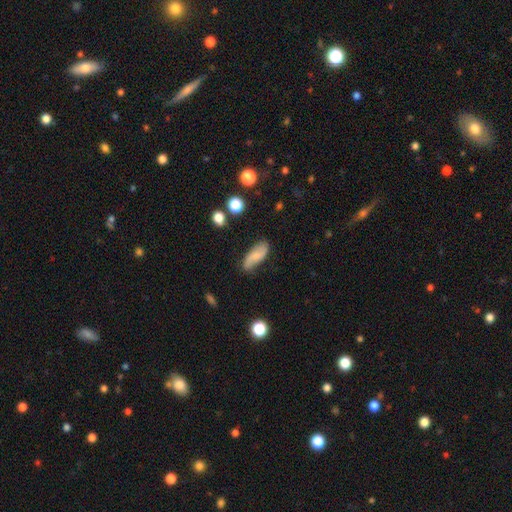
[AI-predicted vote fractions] Overall: smooth (51%; featured or disk 41%). How rounded: in between (76%). Merging: none (72%).